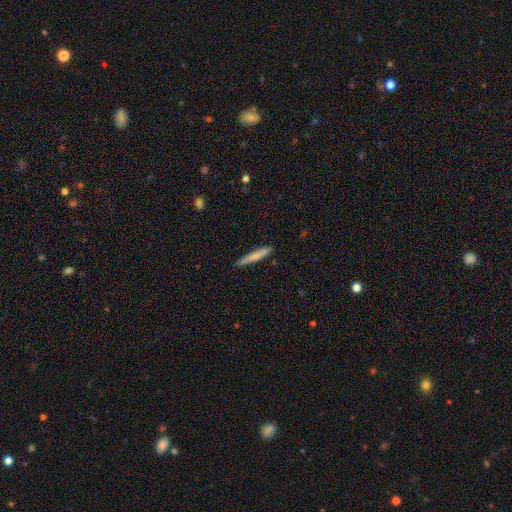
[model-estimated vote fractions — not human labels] This appears to be a smooth galaxy with no disk features (72%) that is cigar-shaped (95%). Merging: none (85%).